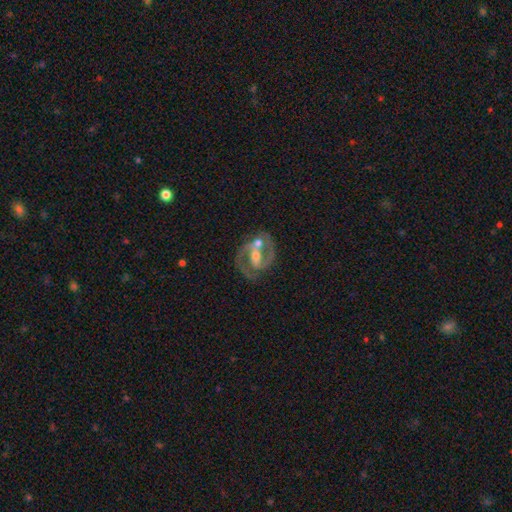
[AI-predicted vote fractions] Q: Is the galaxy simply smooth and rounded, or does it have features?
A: featured or disk — 85%.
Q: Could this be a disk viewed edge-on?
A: no — 97%.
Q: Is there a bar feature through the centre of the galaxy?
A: strong — 42%.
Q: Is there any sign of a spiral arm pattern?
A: yes — 92%.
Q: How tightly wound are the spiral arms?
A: medium — 57%.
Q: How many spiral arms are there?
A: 2 — 86%.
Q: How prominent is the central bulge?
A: moderate — 55%.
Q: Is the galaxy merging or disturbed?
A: none — 55%.